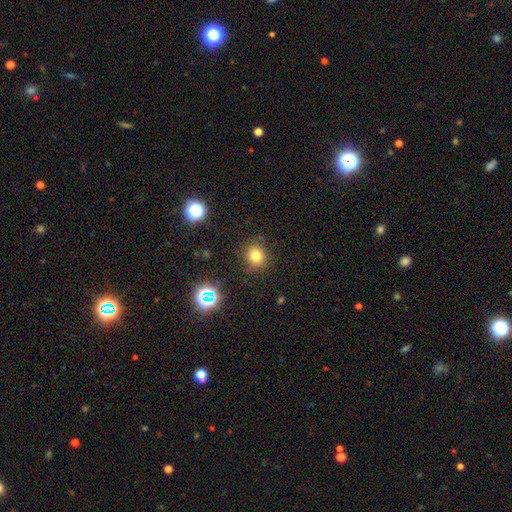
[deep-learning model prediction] A smooth galaxy with no disk features (76%) that is round (84%).

Vote fractions:
- Smooth or featured? smooth: 76% / star or artifact: 17% / featured or disk: 7%
- How rounded? round: 84% / in between: 15% / cigar-shaped: 1%
- Merging? none: 84% / minor disturbance: 10% / major disturbance: 3% / merger: 2%